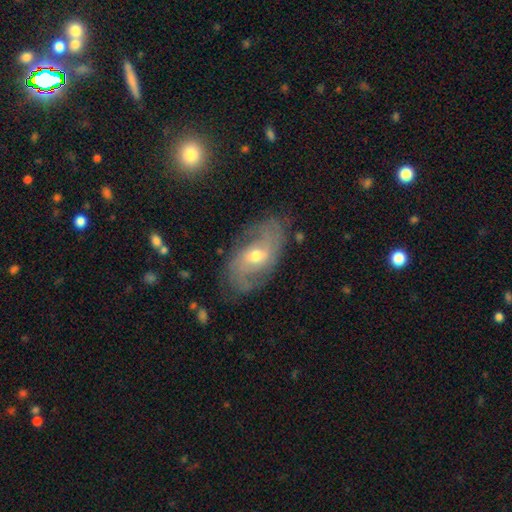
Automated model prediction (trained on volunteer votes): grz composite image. It shows a featured or disk galaxy (77%) with no bar (44%, tied with weak), 2 (70%) medium (42%) spiral arms (89%) and a moderate central bulge (59%). Merging: none (71%).